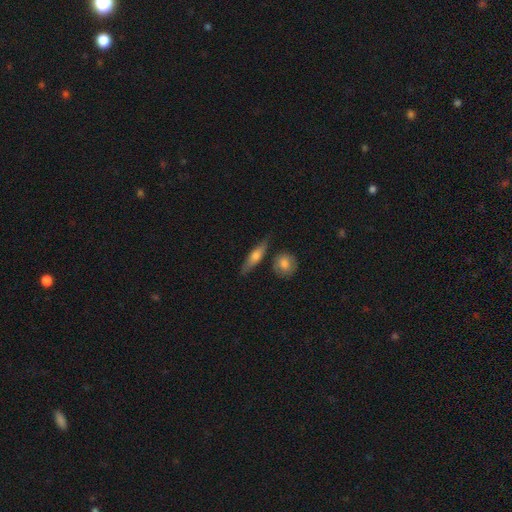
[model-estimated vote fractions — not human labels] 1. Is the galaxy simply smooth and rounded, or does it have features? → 53% smooth, 41% featured or disk, 6% star or artifact.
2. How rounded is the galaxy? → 67% cigar-shaped, 28% in between, 6% round.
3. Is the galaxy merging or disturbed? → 75% none, 15% minor disturbance, 6% merger, 4% major disturbance.